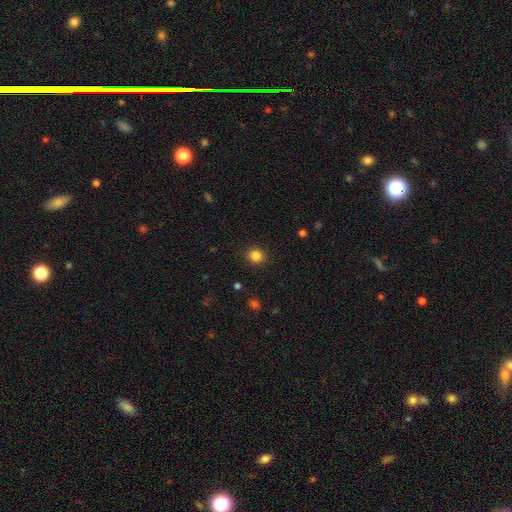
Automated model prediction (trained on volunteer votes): smooth-or-featured: smooth: 84% | star or artifact: 12% | featured or disk: 4%
  how-rounded: round: 87% | in between: 12% | cigar-shaped: 1%
  merging: none: 91% | minor disturbance: 6% | major disturbance: 2% | merger: 1%